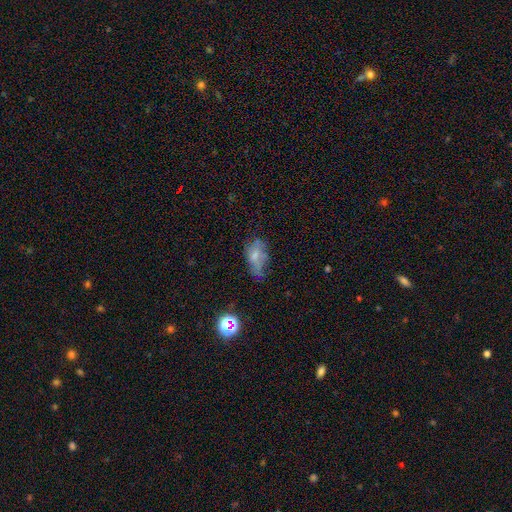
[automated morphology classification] A smooth galaxy with no disk features (59%) that is in between round and cigar-shaped (87%).

Vote fractions:
- Smooth or featured? smooth: 59% / featured or disk: 26% / star or artifact: 15%
- How rounded? in between: 87% / round: 7% / cigar-shaped: 6%
- Merging? none: 38% / minor disturbance: 34% / major disturbance: 24% / merger: 4%